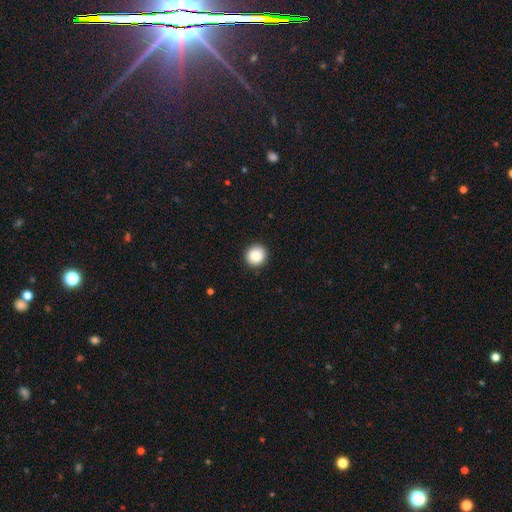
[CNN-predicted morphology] Smooth or featured: smooth — 87% (star or artifact — 9%)
How rounded: round — 91% (in between — 8%)
Merging: none — 91% (minor disturbance — 7%)